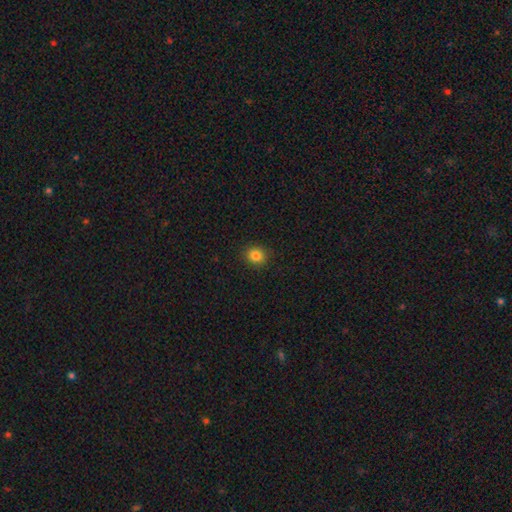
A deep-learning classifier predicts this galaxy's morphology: type=smooth (84%); roundness=round (79%); merging=none (91%).